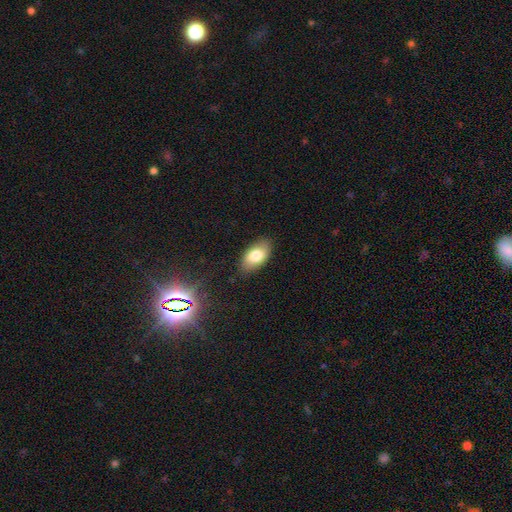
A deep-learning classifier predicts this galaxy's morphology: A smooth galaxy with no disk features (77%) that is in between round and cigar-shaped (93%).

Vote fractions:
- Smooth or featured? smooth: 77% / featured or disk: 15% / star or artifact: 8%
- How rounded? in between: 93% / round: 4% / cigar-shaped: 3%
- Merging? none: 85% / minor disturbance: 11% / major disturbance: 3% / merger: 1%